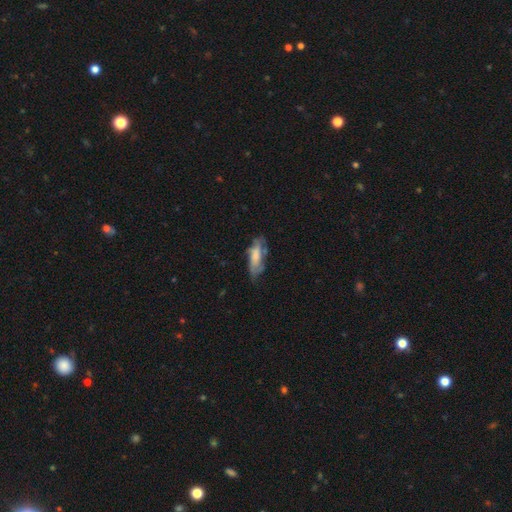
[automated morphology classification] This appears to be a featured or disk galaxy (48%). Merging: none (52%).